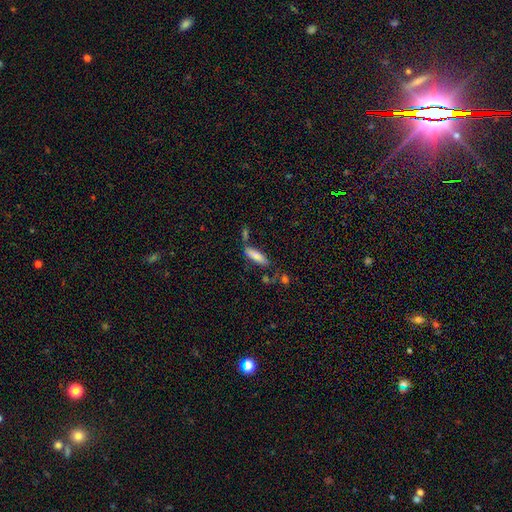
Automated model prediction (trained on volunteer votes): Overall: smooth (75%). How rounded: cigar-shaped (56%; in between 42%). Merging: none (61%).